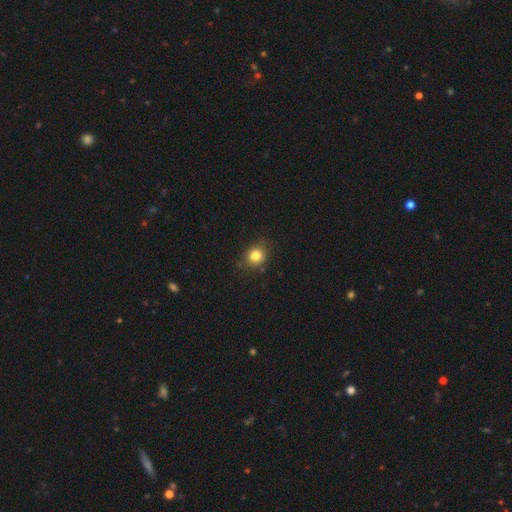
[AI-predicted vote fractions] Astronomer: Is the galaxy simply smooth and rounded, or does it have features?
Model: smooth — 82%.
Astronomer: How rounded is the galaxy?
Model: round — 76%.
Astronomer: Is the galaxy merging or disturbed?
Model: none — 80%.